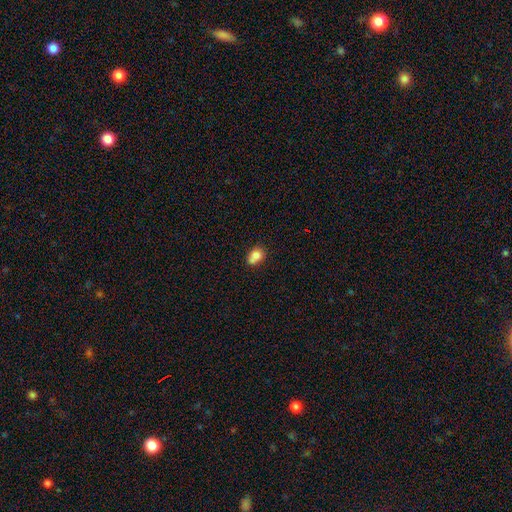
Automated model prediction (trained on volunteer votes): This appears to be a smooth galaxy with no disk features (77%) that is in between round and cigar-shaped (51%). Merging: none (45%).